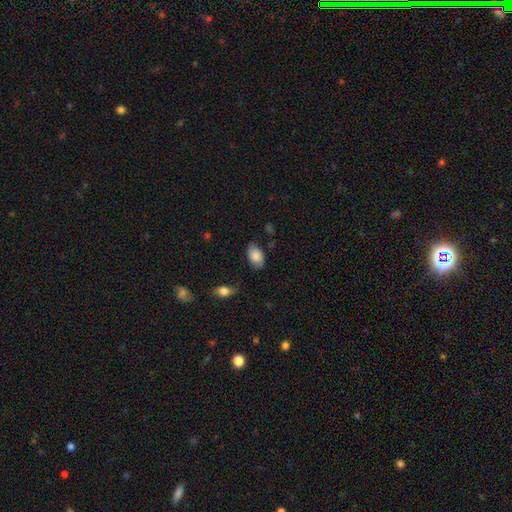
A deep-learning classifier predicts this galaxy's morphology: A smooth galaxy with no disk features (81%) that is in between round and cigar-shaped (90%). Merging: none (74%).